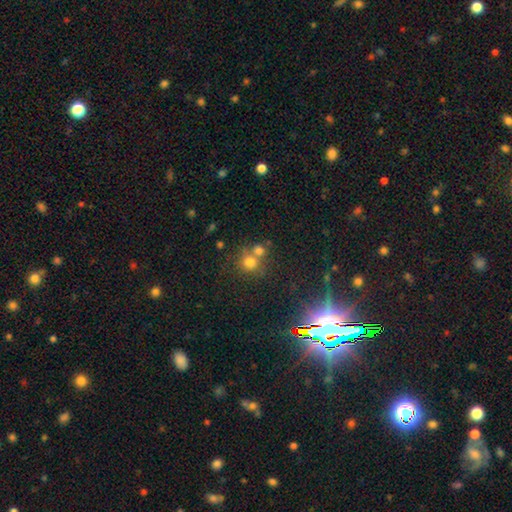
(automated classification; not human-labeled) Morphology: type=smooth (52%); roundness=round (86%); merging=none (54%).